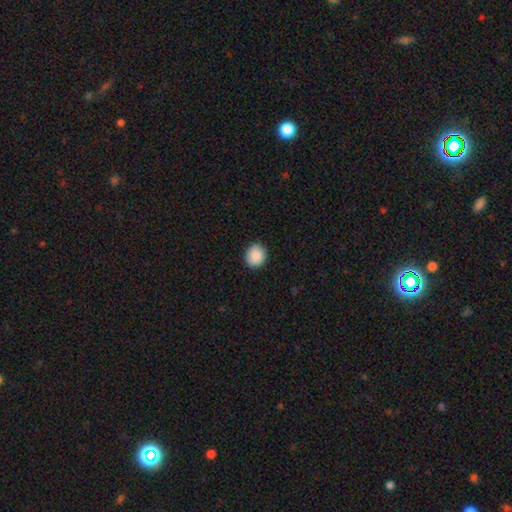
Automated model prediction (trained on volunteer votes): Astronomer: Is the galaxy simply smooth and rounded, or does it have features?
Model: smooth — 89%.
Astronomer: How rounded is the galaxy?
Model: round — 83%.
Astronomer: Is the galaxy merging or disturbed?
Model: none — 90%.